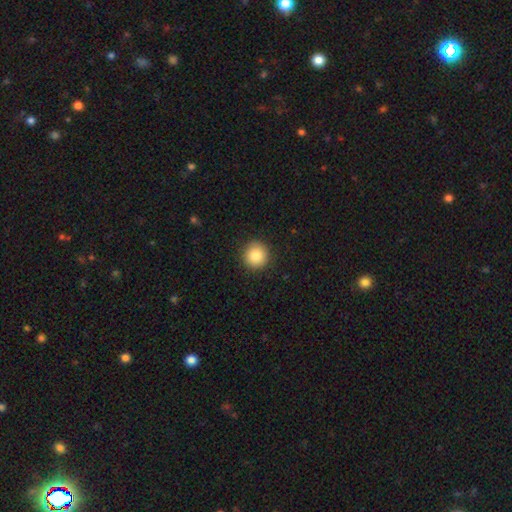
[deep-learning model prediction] A smooth galaxy with no disk features (84%) that is round (94%). Merging: none (90%).